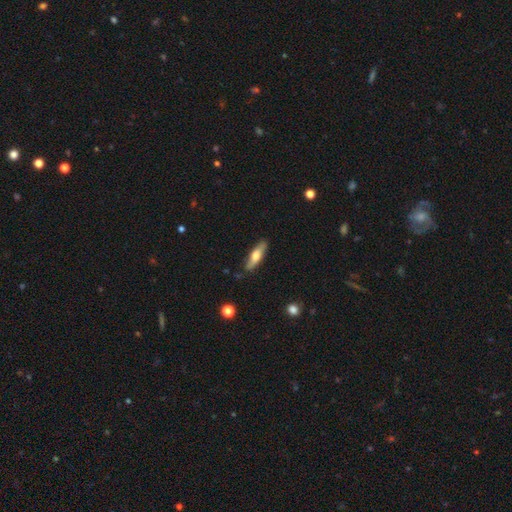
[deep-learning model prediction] Smooth or featured: smooth — 60% (featured or disk — 34%)
How rounded: cigar-shaped — 62% (in between — 36%)
Merging: none — 84% (minor disturbance — 13%)